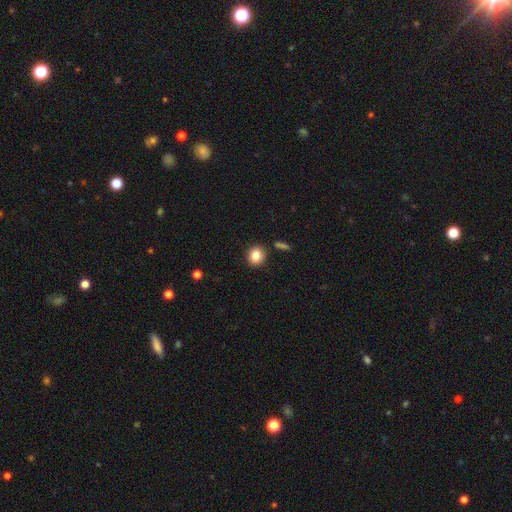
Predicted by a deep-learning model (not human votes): Smooth or featured? smooth (84%)
How rounded? round (80%)
Merging? none (87%)